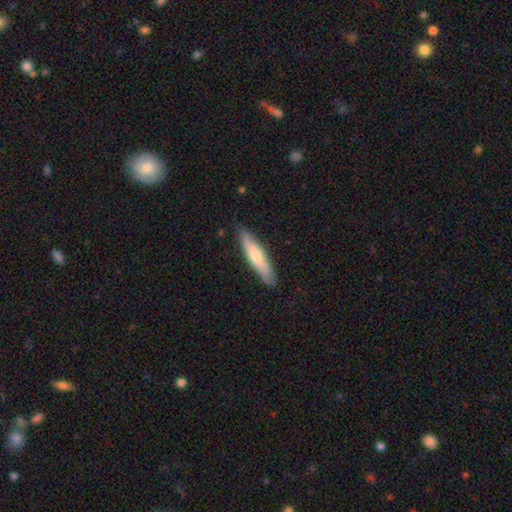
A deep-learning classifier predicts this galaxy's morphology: The model was most divided on "smooth or featured": smooth: 66%, featured or disk: 29%, star or artifact: 5%. More confident: merging — none (87%); how rounded — cigar-shaped (84%).